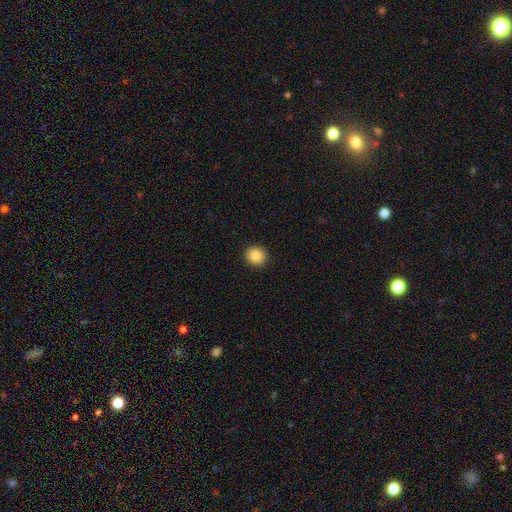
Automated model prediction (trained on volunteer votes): This appears to be a smooth galaxy with no disk features (87%) that is round (89%). Merging: none (92%).